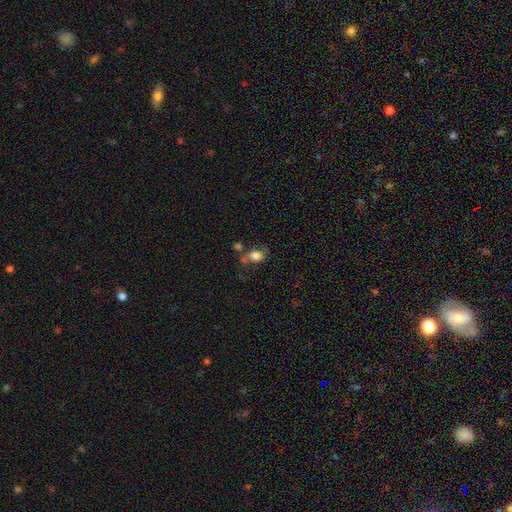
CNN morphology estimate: smooth-or-featured: smooth: 75% | featured or disk: 14% | star or artifact: 11%
  how-rounded: in between: 71% | round: 28% | cigar-shaped: 2%
  merging: none: 40% | merger: 26% | minor disturbance: 20% | major disturbance: 14%